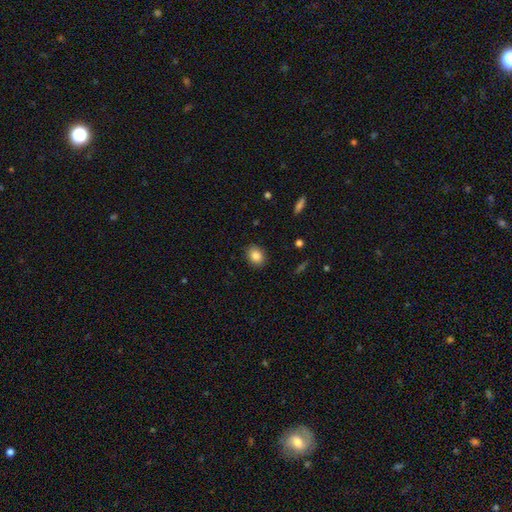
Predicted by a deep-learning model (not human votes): smooth_or_featured: smooth (p=0.86) [alt: star or artifact p=0.09]
how_rounded: in between (p=0.58) [alt: round p=0.41]
merging: none (p=0.88) [alt: minor disturbance p=0.08]